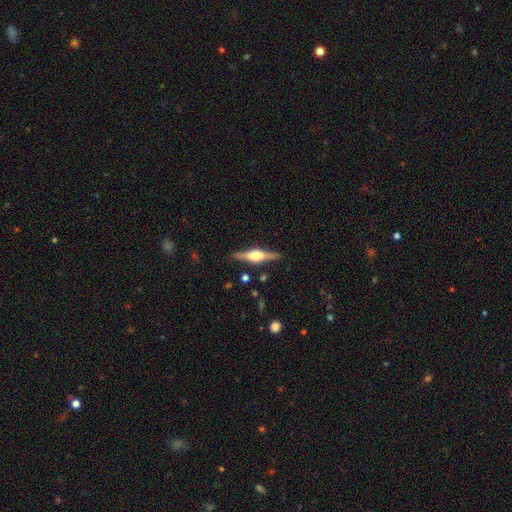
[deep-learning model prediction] A featured or disk galaxy (75%) viewed edge-on (97%) with a rounded central bulge (89%). Merging: none (88%).